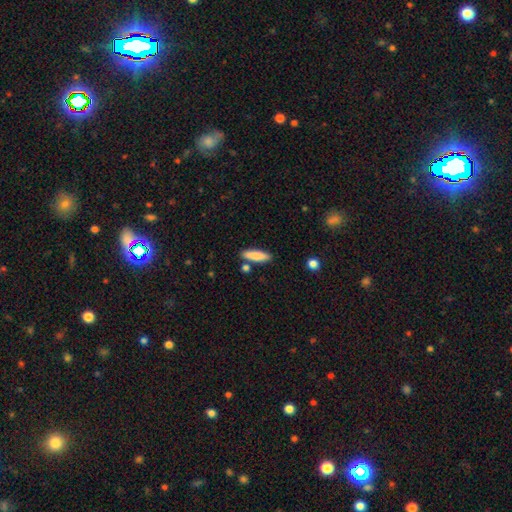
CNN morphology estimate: smooth_or_featured: smooth (p=0.83) [alt: featured or disk p=0.11]
how_rounded: cigar-shaped (p=0.72) [alt: in between p=0.26]
merging: none (p=0.83) [alt: minor disturbance p=0.10]